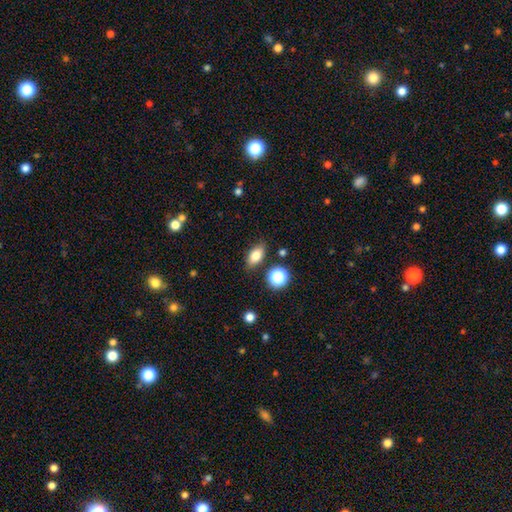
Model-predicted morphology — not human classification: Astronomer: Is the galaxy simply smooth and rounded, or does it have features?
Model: smooth — 79%.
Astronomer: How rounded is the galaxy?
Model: in between — 81%.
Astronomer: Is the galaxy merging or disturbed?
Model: none — 81%.